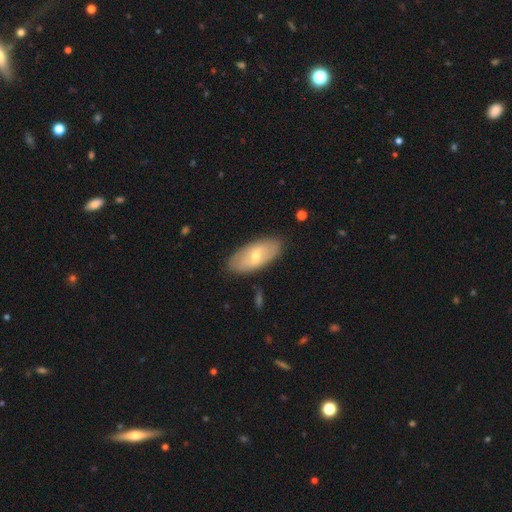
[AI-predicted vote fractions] Q: Smooth or featured?
A: featured or disk (48%); runner-up: smooth (46%)
Q: Merging?
A: none (84%); runner-up: minor disturbance (12%)